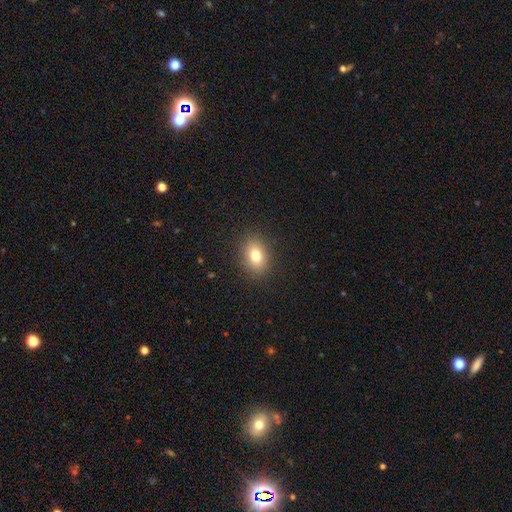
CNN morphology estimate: smooth_or_featured: smooth (p=0.79) [alt: star or artifact p=0.11]
how_rounded: in between (p=0.66) [alt: round p=0.32]
merging: none (p=0.88) [alt: minor disturbance p=0.08]